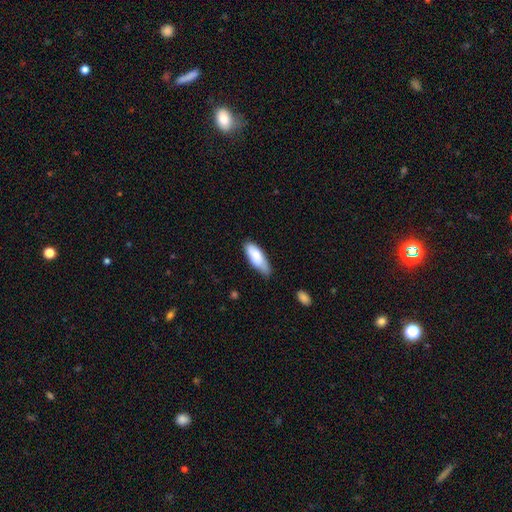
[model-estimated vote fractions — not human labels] A smooth galaxy with no disk features (83%) that is in between round and cigar-shaped (70%). Merging: none (55%).